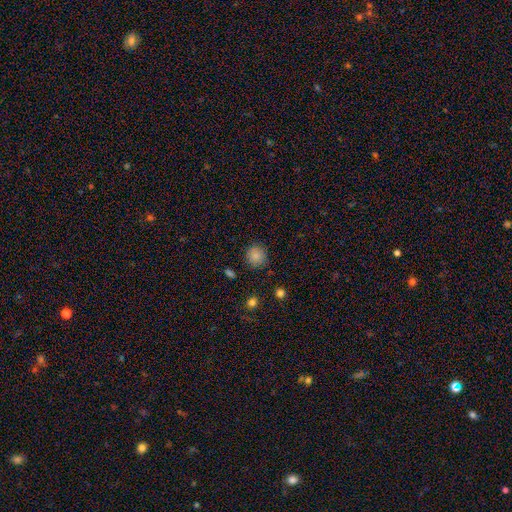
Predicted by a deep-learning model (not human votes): This is clearly a smooth galaxy (85%). How rounded: clearly round (90%). Merging: clearly none (86%).